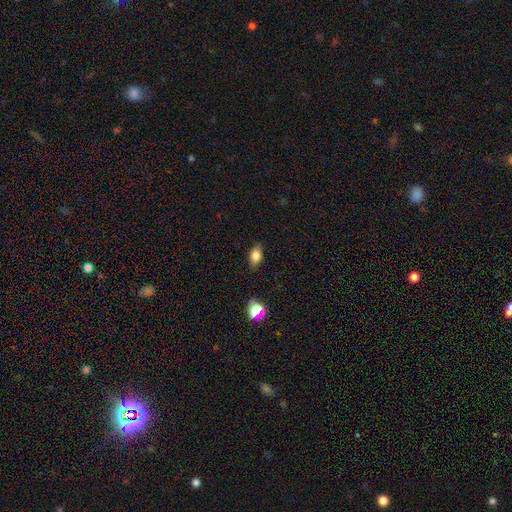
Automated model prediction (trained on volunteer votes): Morphology: type=smooth (79%); roundness=in between (80%); merging=none (81%).